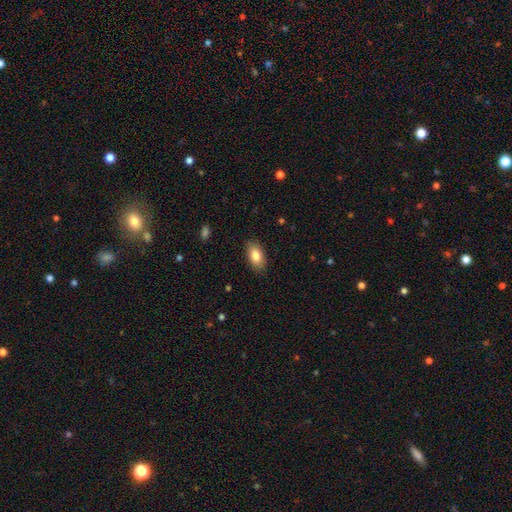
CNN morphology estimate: Smooth or featured? Predicted: smooth (p=0.84). How rounded? Predicted: in between (p=0.93). Merging? Predicted: none (p=0.88).